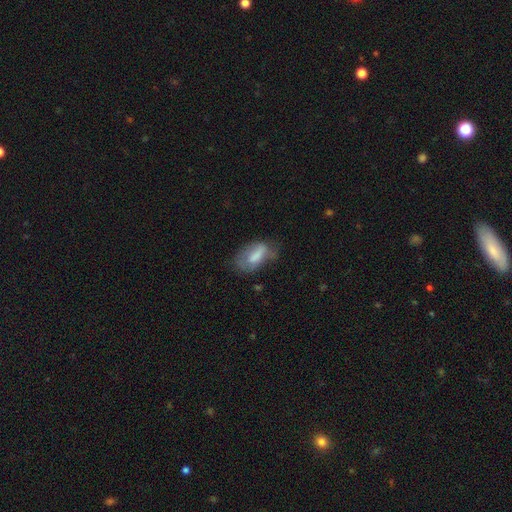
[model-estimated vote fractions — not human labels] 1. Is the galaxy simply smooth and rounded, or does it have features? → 65% smooth, 26% featured or disk, 8% star or artifact.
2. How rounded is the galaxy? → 88% in between, 6% cigar-shaped, 6% round.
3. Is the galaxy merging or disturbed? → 41% none, 34% minor disturbance, 21% major disturbance, 4% merger.